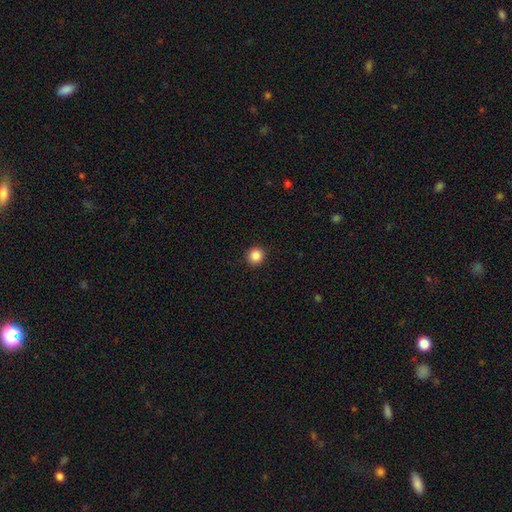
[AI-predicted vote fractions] Morphology: type=smooth (87%); roundness=round (92%); merging=none (93%).